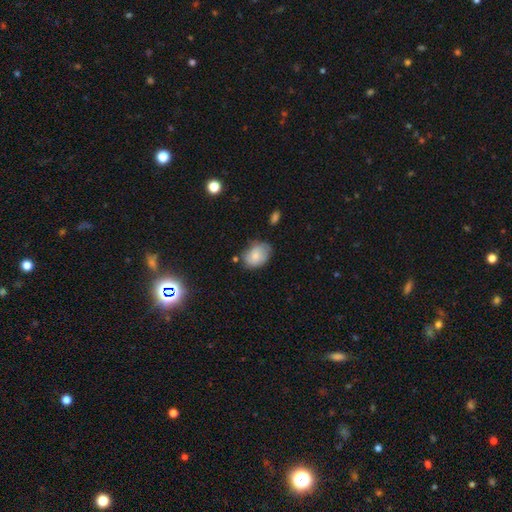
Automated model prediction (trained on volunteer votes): Smooth or featured?
  - smooth: 79% *
  - featured or disk: 13%
  - star or artifact: 8%
How rounded?
  - in between: 73% *
  - round: 26%
  - cigar-shaped: 1%
Merging?
  - none: 66% *
  - minor disturbance: 25%
  - major disturbance: 6%
  - merger: 3%